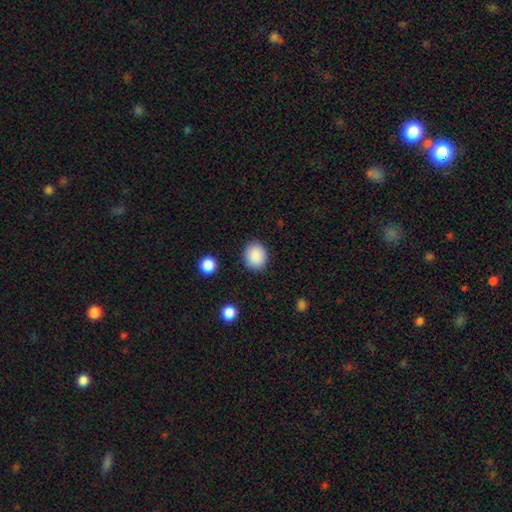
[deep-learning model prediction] A smooth galaxy with no disk features (89%) that is round (65%). Merging: none (87%).